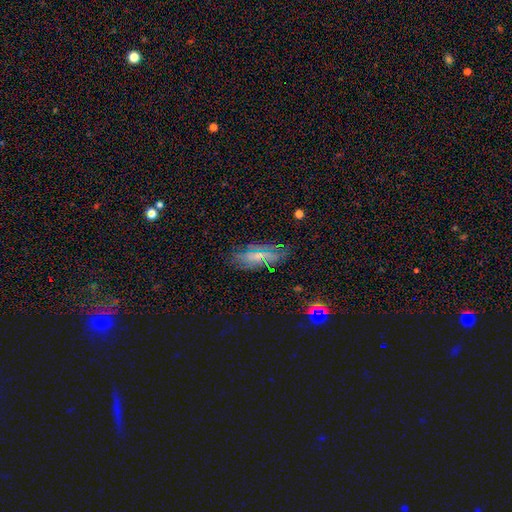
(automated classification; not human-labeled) A smooth galaxy with no disk features (39%).

Vote fractions:
- Smooth or featured? smooth: 39% / star or artifact: 31% / featured or disk: 30%
- Merging? none: 81% / minor disturbance: 13% / major disturbance: 4% / merger: 2%